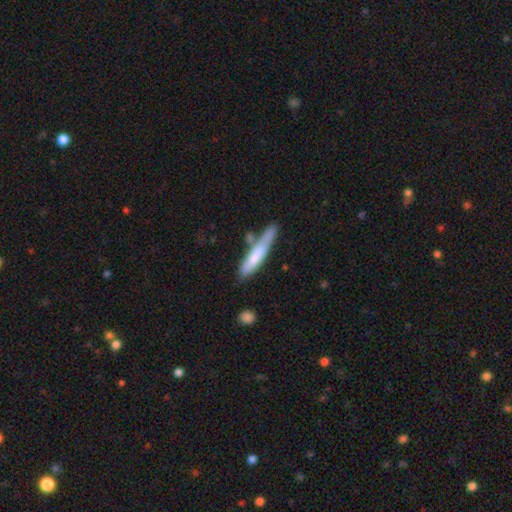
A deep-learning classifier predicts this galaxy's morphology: smooth-or-featured: smooth: 67% | featured or disk: 27% | star or artifact: 6%
  how-rounded: cigar-shaped: 87% | in between: 11% | round: 1%
  merging: none: 57% | minor disturbance: 22% | merger: 15% | major disturbance: 6%